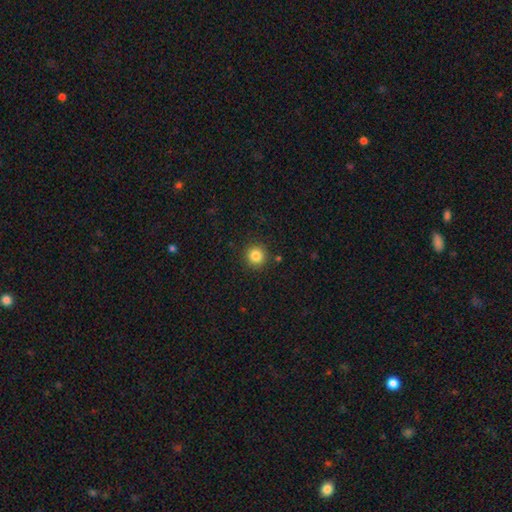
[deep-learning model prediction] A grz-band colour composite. It shows a smooth galaxy with no disk features (84%) that is round (94%). Merging: none (90%).